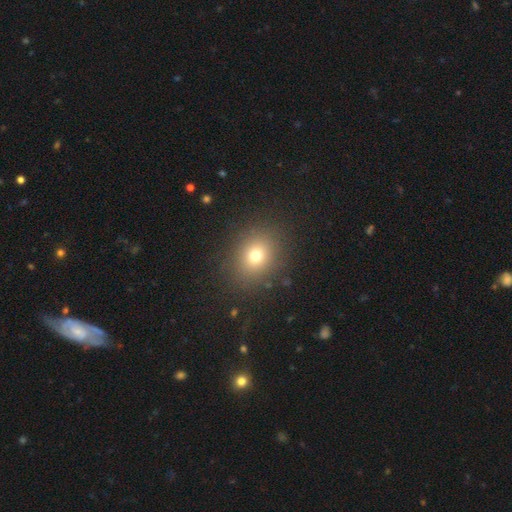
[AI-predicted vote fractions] A smooth galaxy with no disk features (72%) that is round (64%).

Vote fractions:
- Smooth or featured? smooth: 72% / star or artifact: 17% / featured or disk: 11%
- How rounded? round: 64% / in between: 35% / cigar-shaped: 1%
- Merging? none: 87% / minor disturbance: 8% / major disturbance: 4% / merger: 1%